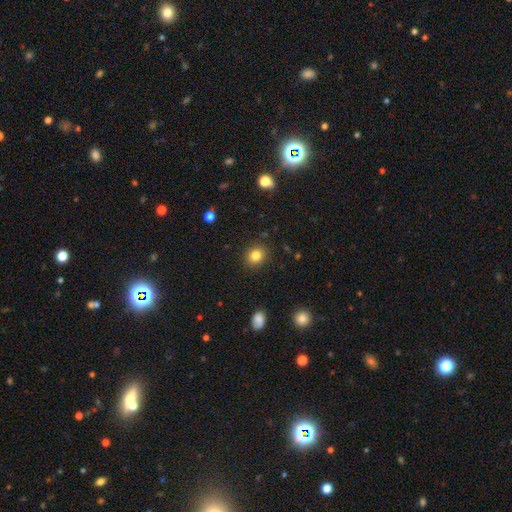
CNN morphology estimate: Smooth or featured: smooth — 83% (star or artifact — 11%)
How rounded: round — 76% (in between — 23%)
Merging: none — 90% (minor disturbance — 7%)